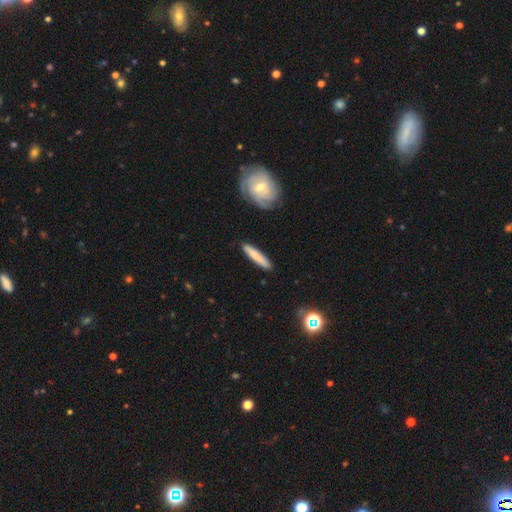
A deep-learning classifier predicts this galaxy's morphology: A smooth galaxy with no disk features (72%) that is cigar-shaped (91%). Merging: none (88%).